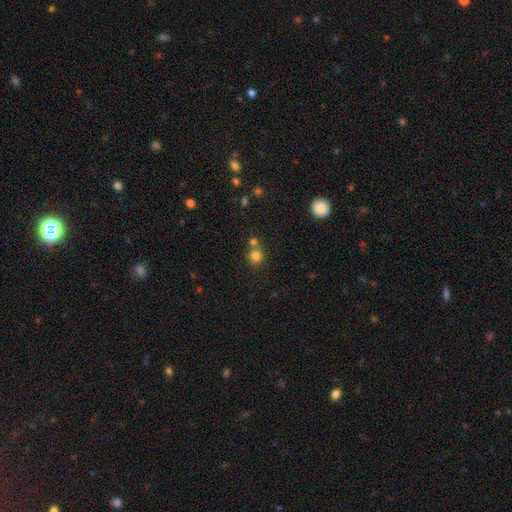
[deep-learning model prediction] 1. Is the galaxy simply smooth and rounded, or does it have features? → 80% smooth, 14% star or artifact, 6% featured or disk.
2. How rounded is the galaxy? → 89% round, 10% in between, 1% cigar-shaped.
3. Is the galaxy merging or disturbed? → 60% none, 31% merger, 7% minor disturbance, 3% major disturbance.